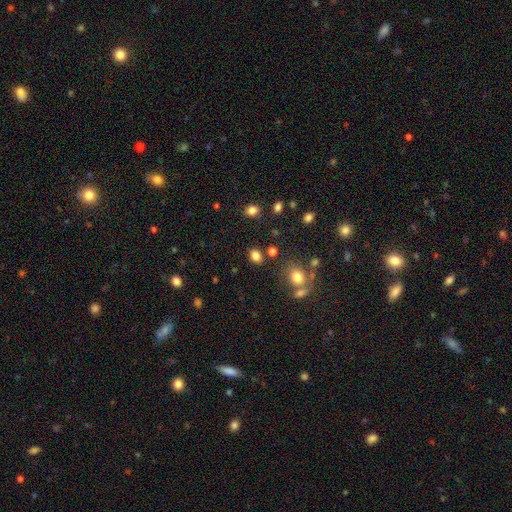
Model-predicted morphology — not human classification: type=smooth (81%); roundness=in between (69%); merging=none (77%).